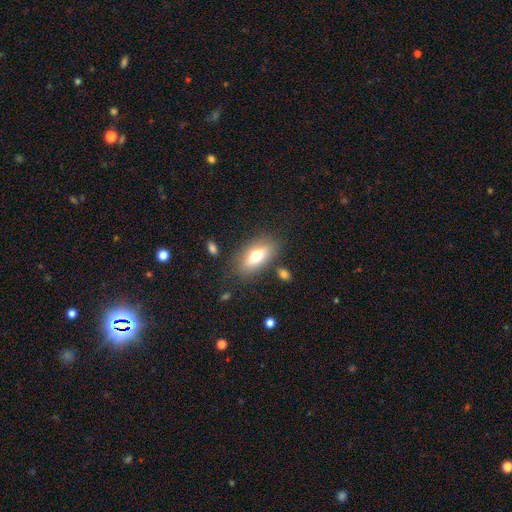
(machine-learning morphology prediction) A smooth galaxy with no disk features (70%) that is in between round and cigar-shaped (85%).

Vote fractions:
- Smooth or featured? smooth: 70% / featured or disk: 22% / star or artifact: 8%
- How rounded? in between: 85% / cigar-shaped: 10% / round: 5%
- Merging? none: 79% / minor disturbance: 13% / major disturbance: 4% / merger: 4%